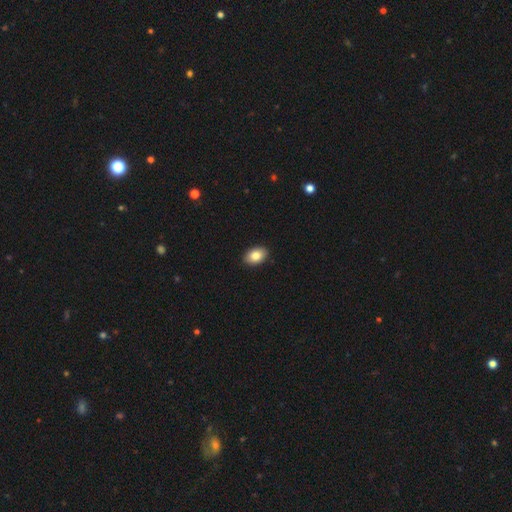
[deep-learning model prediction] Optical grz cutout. It shows a smooth galaxy with no disk features (84%) that is in between round and cigar-shaped (86%). Merging: none (90%).